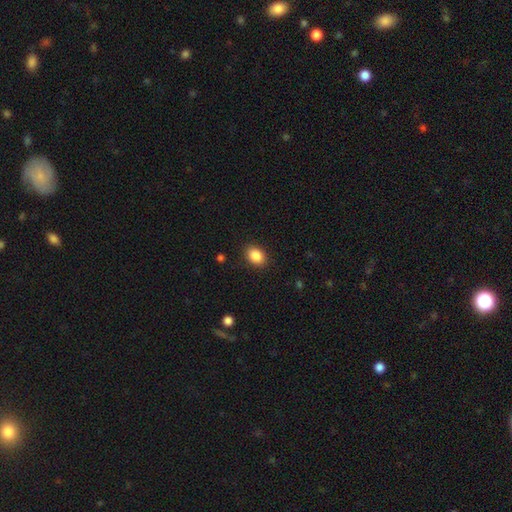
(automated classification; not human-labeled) Morphology: type=smooth (88%); roundness=in between (71%); merging=none (88%).